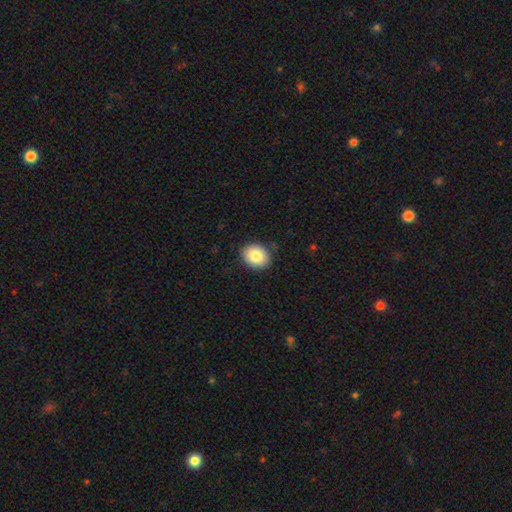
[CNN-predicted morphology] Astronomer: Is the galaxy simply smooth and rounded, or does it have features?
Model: smooth — 85%.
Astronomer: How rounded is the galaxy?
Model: round — 57% (runner-up: in between, 43%).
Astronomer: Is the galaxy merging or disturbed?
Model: none — 87%.